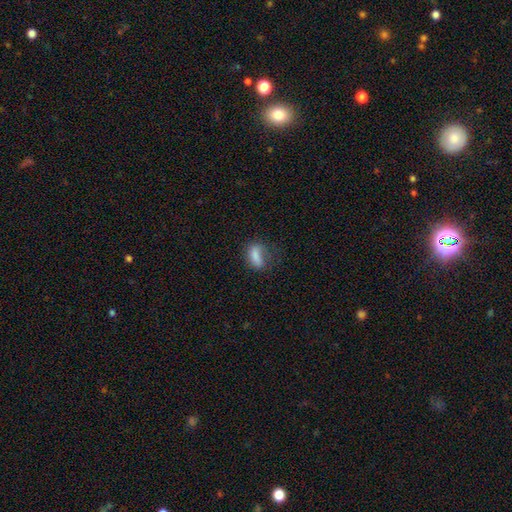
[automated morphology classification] This appears to be a smooth galaxy with no disk features (77%) that is in between round and cigar-shaped (71%). Merging: none (46%).